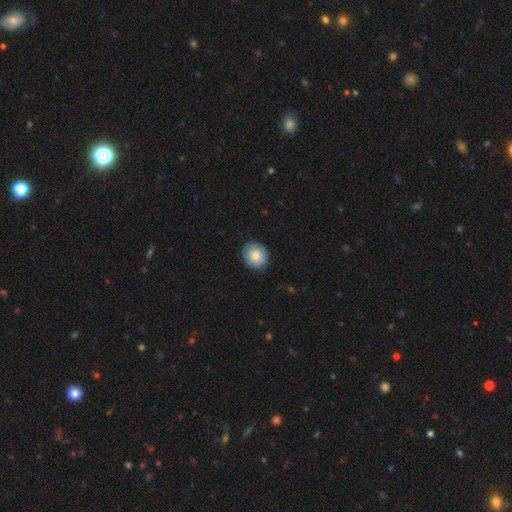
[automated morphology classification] Smooth or featured?
  - smooth: 80% *
  - featured or disk: 13%
  - star or artifact: 7%
How rounded?
  - round: 67% *
  - in between: 32%
  - cigar-shaped: 1%
Merging?
  - none: 83% *
  - minor disturbance: 14%
  - major disturbance: 2%
  - merger: 1%